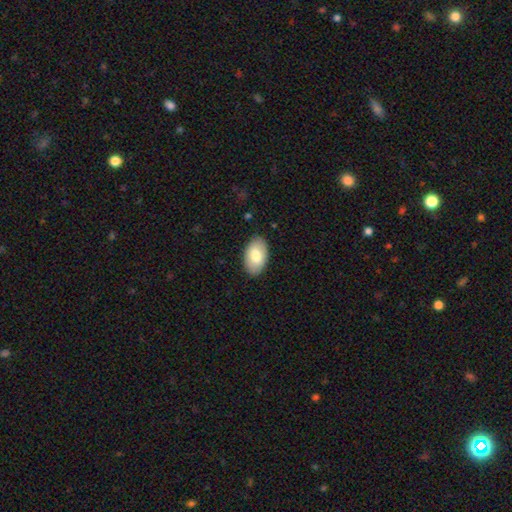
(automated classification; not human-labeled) Morphology: type=smooth (77%); roundness=in between (94%); merging=none (87%).